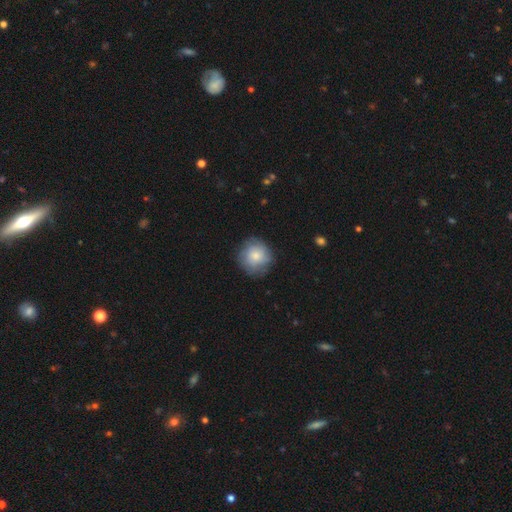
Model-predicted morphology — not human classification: This is likely a smooth galaxy (74%). How rounded: clearly round (91%). Merging: likely none (79%).